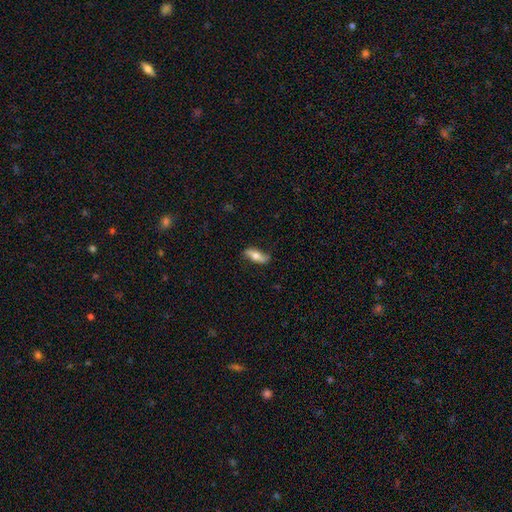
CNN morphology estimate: This is possibly a smooth galaxy (55%). How rounded: likely in between (65%). Merging: likely none (78%).